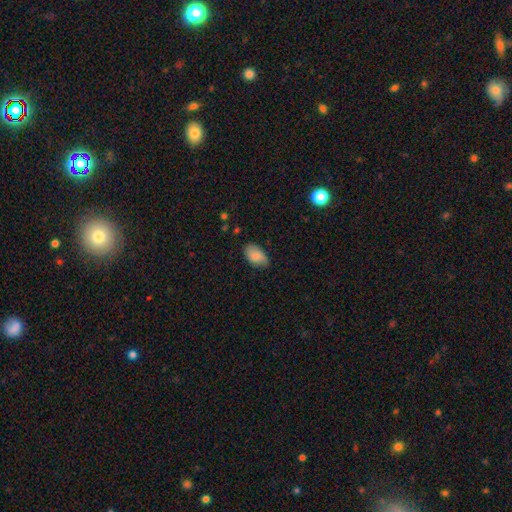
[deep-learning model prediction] This appears to be a smooth galaxy with no disk features (83%) that is in between round and cigar-shaped (93%). Merging: none (70%).